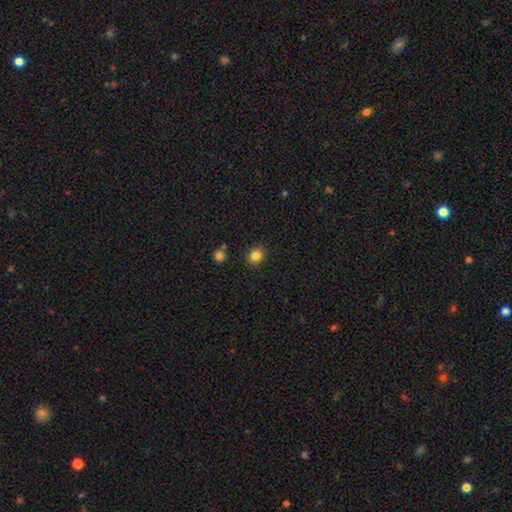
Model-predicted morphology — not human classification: A smooth galaxy with no disk features (84%) that is round (82%). Merging: none (89%).